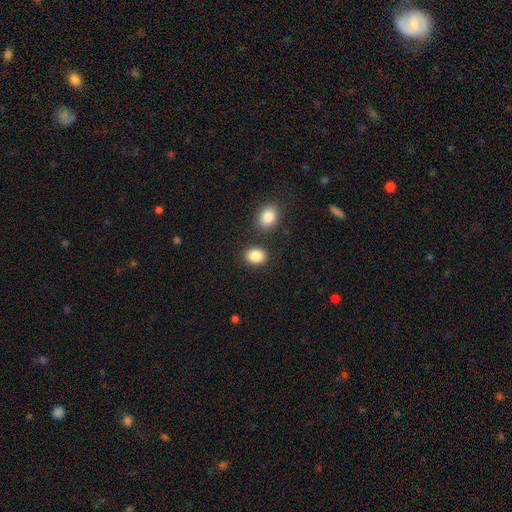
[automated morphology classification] A smooth galaxy with no disk features (87%) that is in between round and cigar-shaped (57%). Merging: none (81%).